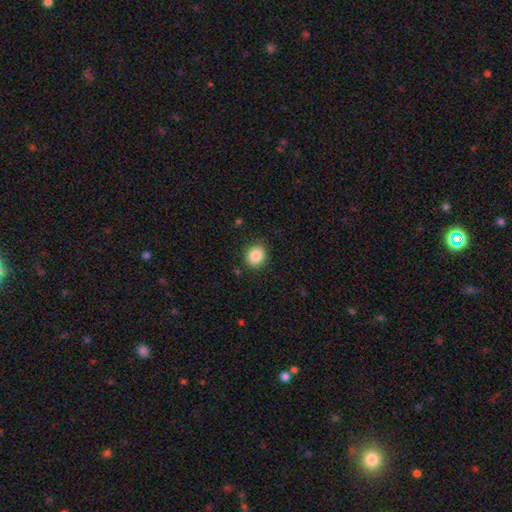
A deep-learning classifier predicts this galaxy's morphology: smooth-or-featured: smooth: 86% | star or artifact: 9% | featured or disk: 4%
  how-rounded: round: 73% | in between: 26% | cigar-shaped: 1%
  merging: none: 87% | minor disturbance: 10% | major disturbance: 3% | merger: 1%